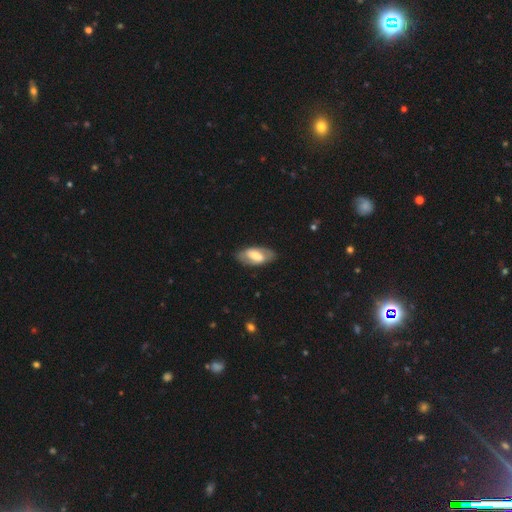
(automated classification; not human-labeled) Smooth or featured? smooth (51%)
How rounded? in between (90%)
Merging? none (80%)